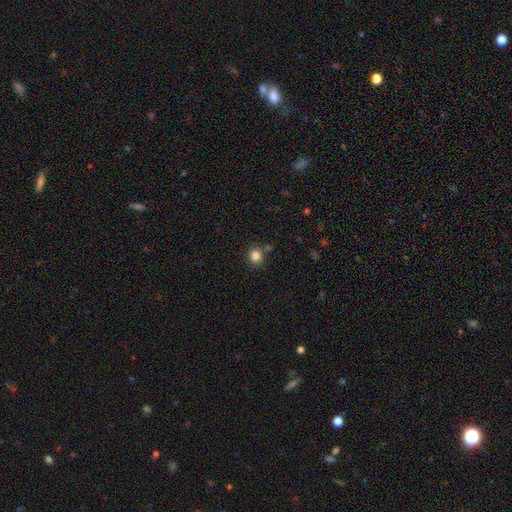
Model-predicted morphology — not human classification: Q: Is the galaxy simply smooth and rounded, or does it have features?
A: smooth — 84%.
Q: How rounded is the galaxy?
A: round — 88%.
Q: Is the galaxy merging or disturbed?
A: none — 83%.